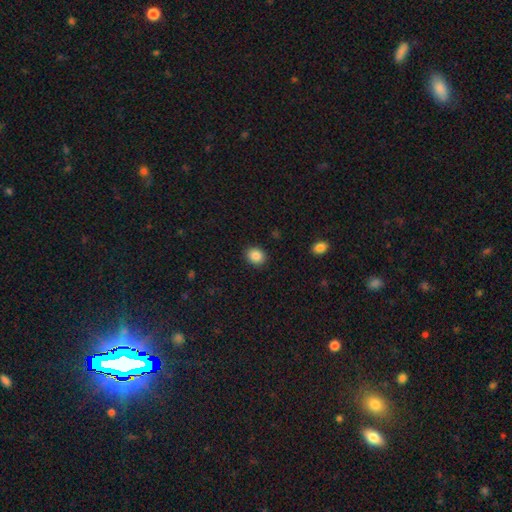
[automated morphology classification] The model was most divided on "how rounded": round: 61%, in between: 38%, cigar-shaped: 1%. More confident: merging — none (90%); smooth or featured — smooth (87%).